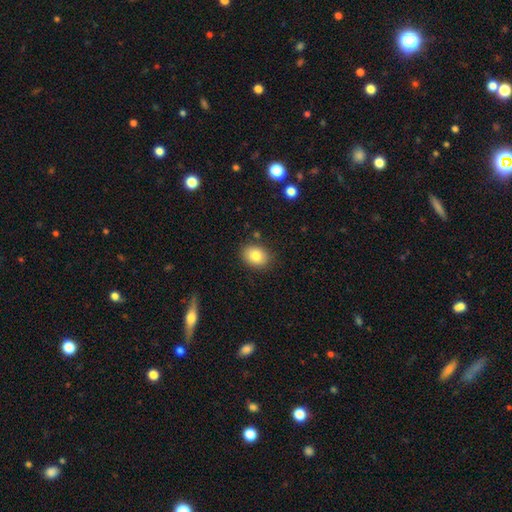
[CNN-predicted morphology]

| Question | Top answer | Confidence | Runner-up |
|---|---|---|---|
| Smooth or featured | smooth | 82% | featured or disk (9%) |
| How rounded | in between | 57% | round (43%) |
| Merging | none | 85% | minor disturbance (10%) |